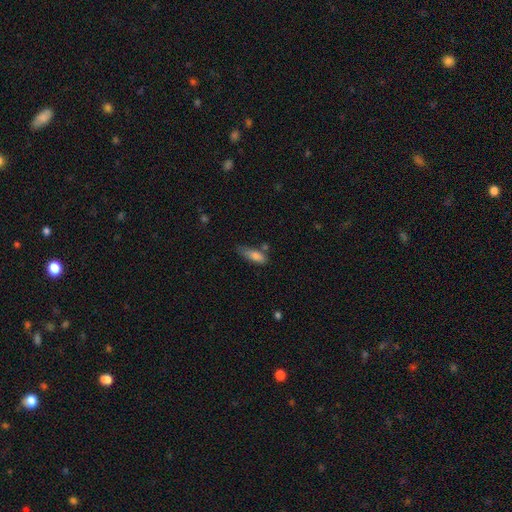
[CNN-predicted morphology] Q: Smooth or featured?
A: smooth (77%); runner-up: featured or disk (15%)
Q: How rounded?
A: in between (60%); runner-up: cigar-shaped (38%)
Q: Merging?
A: none (51%); runner-up: minor disturbance (31%)